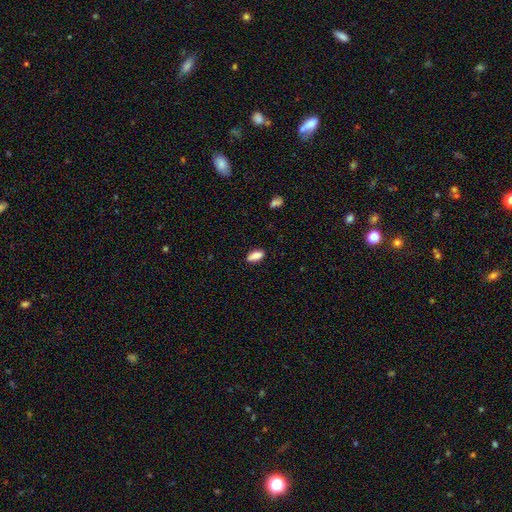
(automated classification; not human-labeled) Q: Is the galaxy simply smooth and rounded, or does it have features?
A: smooth — 86%.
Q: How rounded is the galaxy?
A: in between — 81%.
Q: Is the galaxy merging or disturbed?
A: none — 85%.